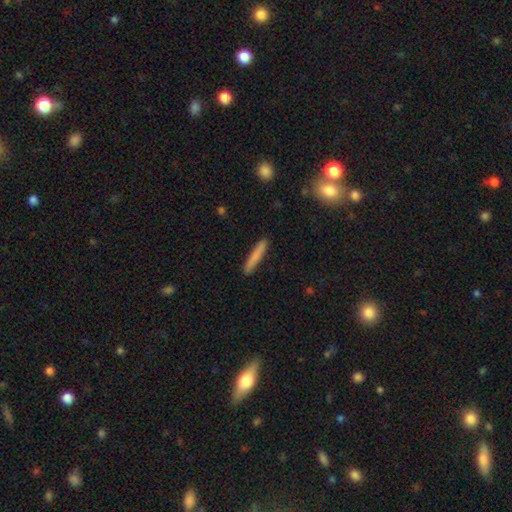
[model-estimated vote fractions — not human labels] smooth-or-featured: smooth: 79% | featured or disk: 15% | star or artifact: 6%
  how-rounded: cigar-shaped: 94% | in between: 4% | round: 1%
  merging: none: 89% | minor disturbance: 8% | major disturbance: 2% | merger: 1%